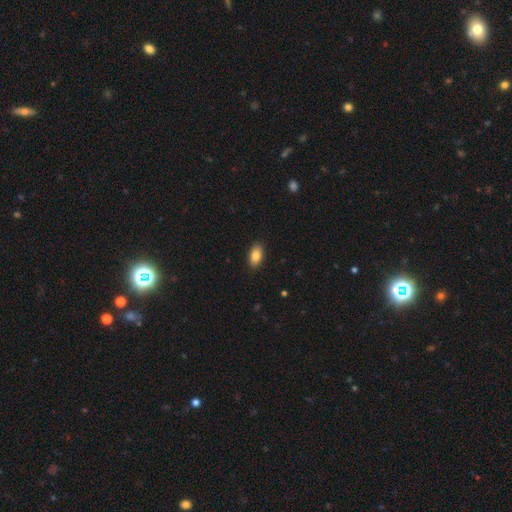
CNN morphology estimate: A smooth galaxy with no disk features (84%) that is in between round and cigar-shaped (92%). Merging: none (89%).